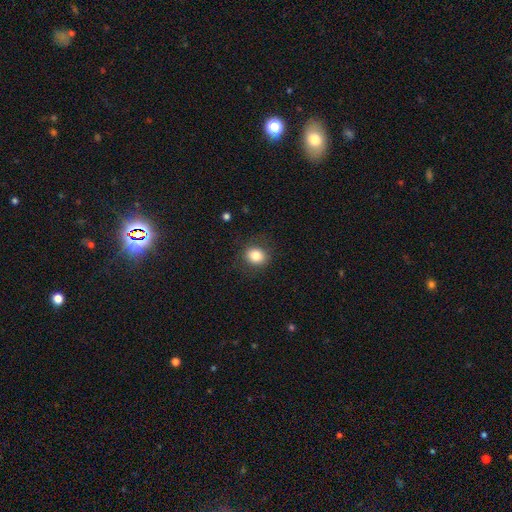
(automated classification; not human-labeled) A smooth galaxy with no disk features (83%) that is round (70%).

Vote fractions:
- Smooth or featured? smooth: 83% / star or artifact: 10% / featured or disk: 7%
- How rounded? round: 70% / in between: 29% / cigar-shaped: 1%
- Merging? none: 85% / minor disturbance: 10% / major disturbance: 4% / merger: 1%